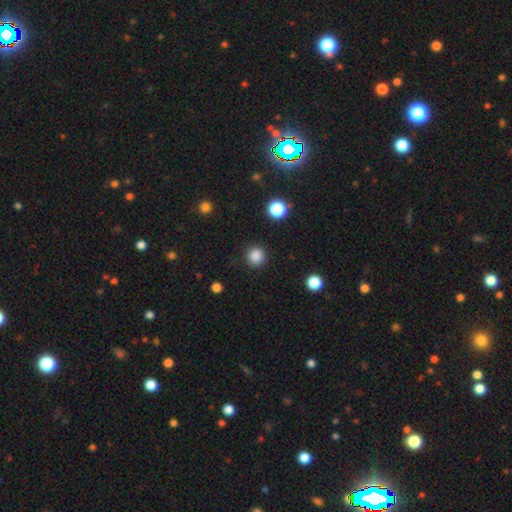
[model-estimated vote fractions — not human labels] This appears to be a smooth galaxy with no disk features (85%) that is round (94%). Merging: none (90%).